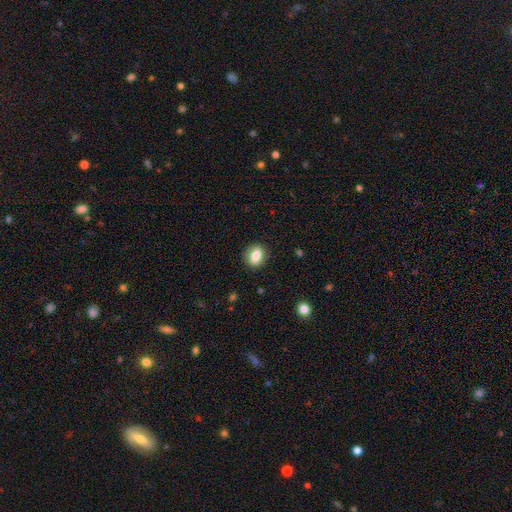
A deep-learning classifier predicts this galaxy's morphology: smooth 79%, featured or disk 13%, star or artifact 8%. Down the decision tree: how rounded — in between (56%); merging — none (86%).